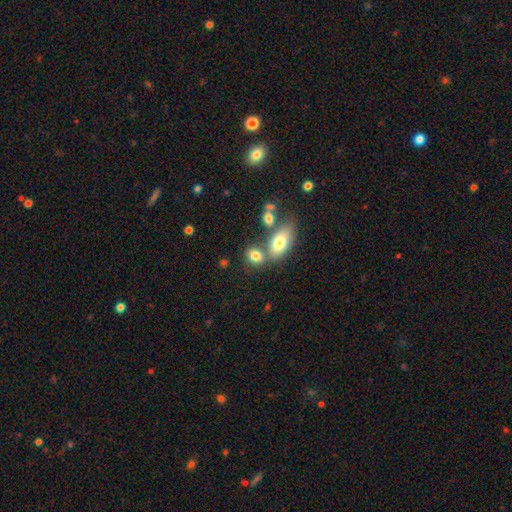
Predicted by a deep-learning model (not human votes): Morphology: type=smooth (79%); roundness=in between (74%); merging=none (46%).